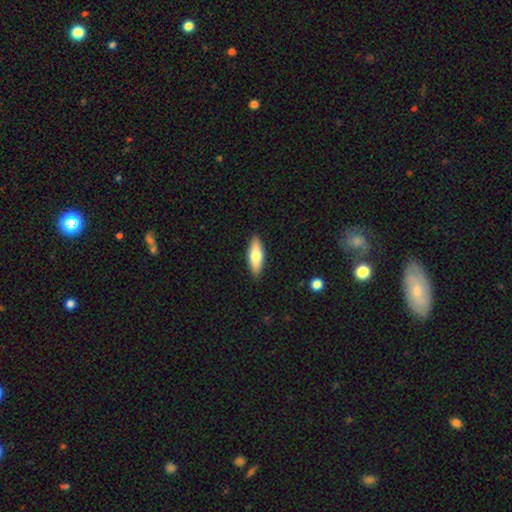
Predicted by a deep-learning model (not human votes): smooth_or_featured: smooth (p=0.64) [alt: featured or disk p=0.30]
how_rounded: in between (p=0.58) [alt: cigar-shaped p=0.39]
merging: none (p=0.89) [alt: minor disturbance p=0.08]